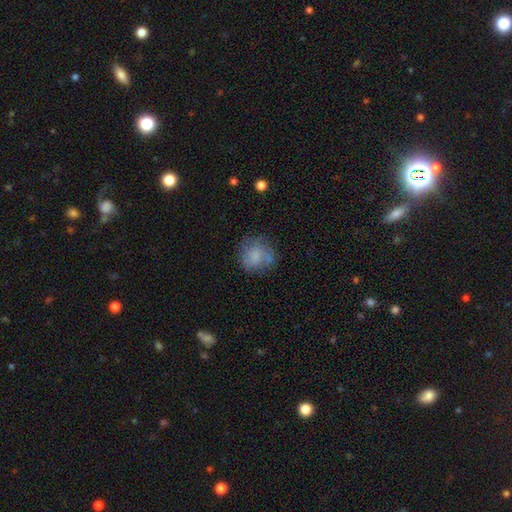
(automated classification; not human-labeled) A smooth galaxy with no disk features (56%) that is round (78%).

Vote fractions:
- Smooth or featured? smooth: 56% / featured or disk: 35% / star or artifact: 9%
- How rounded? round: 78% / in between: 21% / cigar-shaped: 1%
- Merging? none: 60% / minor disturbance: 23% / major disturbance: 15% / merger: 2%